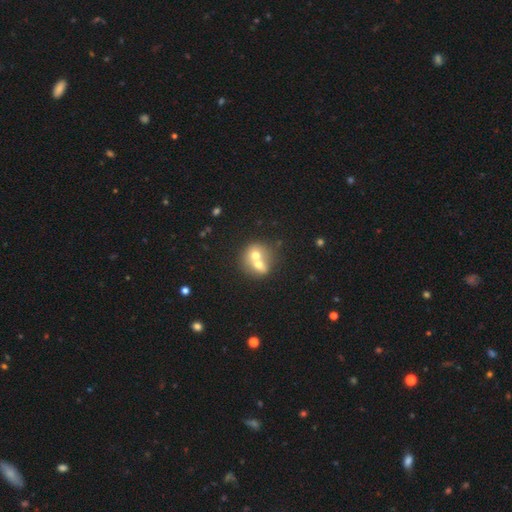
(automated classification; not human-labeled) smooth-or-featured: smooth: 62% | featured or disk: 28% | star or artifact: 10%
  how-rounded: round: 72% | in between: 27% | cigar-shaped: 1%
  merging: merger: 71% | none: 21% | minor disturbance: 5% | major disturbance: 3%